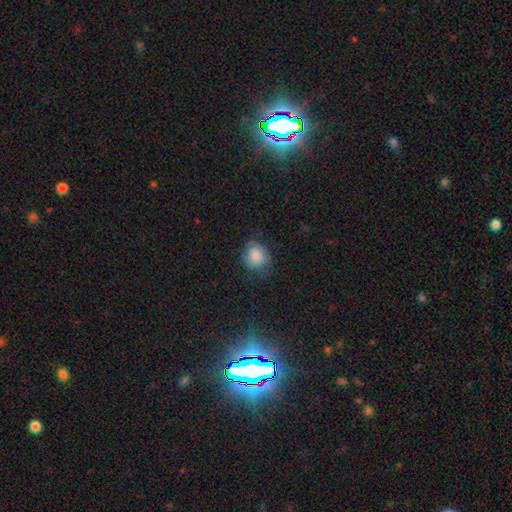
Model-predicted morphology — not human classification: Smooth or featured?
  - smooth: 75% *
  - featured or disk: 14%
  - star or artifact: 10%
How rounded?
  - round: 62% *
  - in between: 37%
  - cigar-shaped: 1%
Merging?
  - none: 62% *
  - minor disturbance: 26%
  - major disturbance: 11%
  - merger: 1%